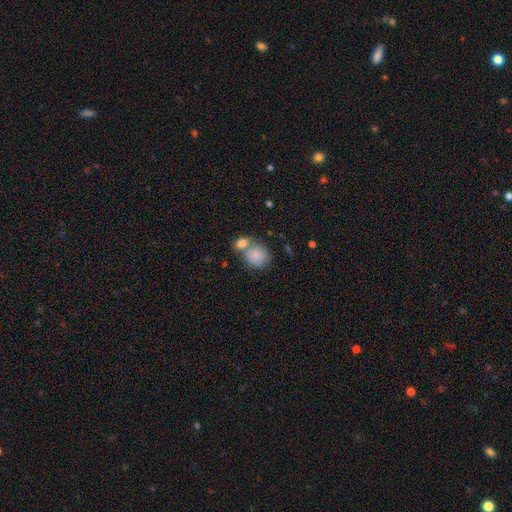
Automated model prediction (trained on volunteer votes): Overall: smooth (83%). How rounded: round (74%). Merging: none (43%, tied with merger).